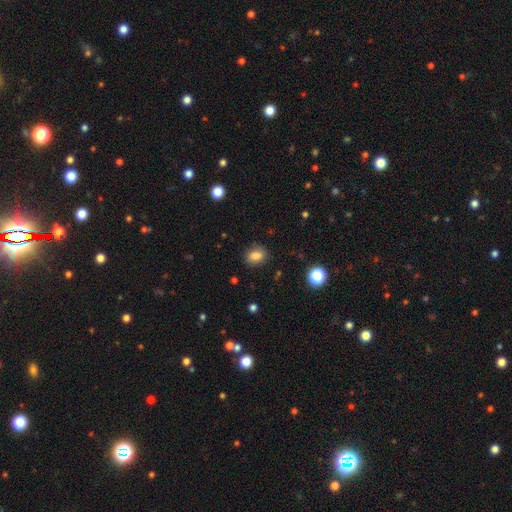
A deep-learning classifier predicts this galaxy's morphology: This is clearly a smooth galaxy (83%). How rounded: likely in between (64%). Merging: clearly none (83%).